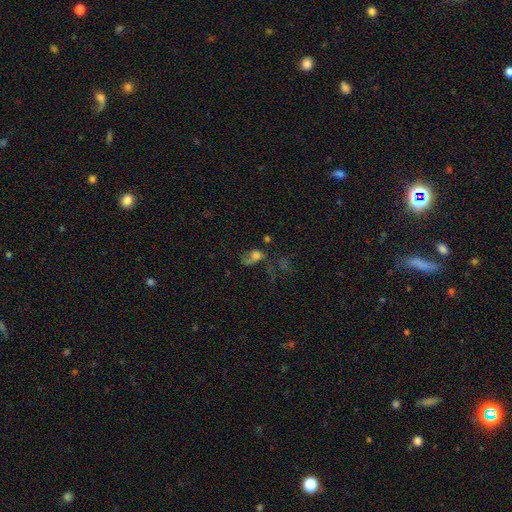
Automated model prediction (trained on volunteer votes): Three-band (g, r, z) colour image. It shows a smooth galaxy with no disk features (58%) that is in between round and cigar-shaped (58%). Merging: major disturbance (36%).